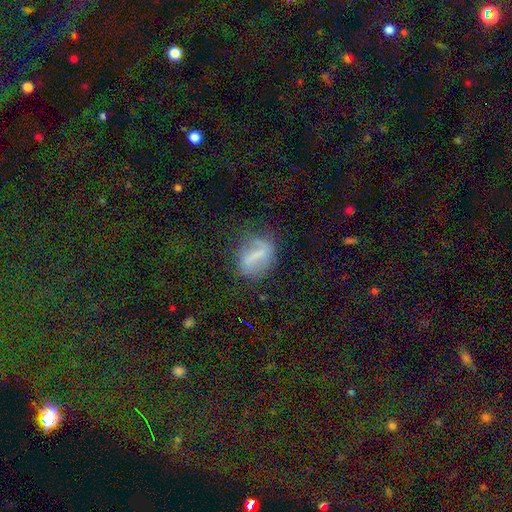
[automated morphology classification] Smooth or featured?
  - featured or disk: 49% *
  - smooth: 38%
  - star or artifact: 13%
Merging?
  - none: 64% *
  - minor disturbance: 20%
  - major disturbance: 13%
  - merger: 3%